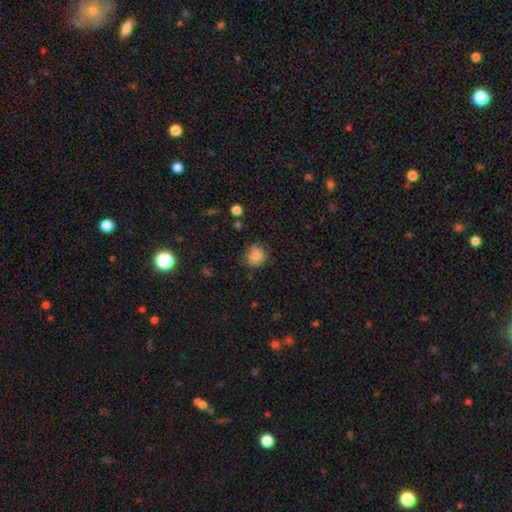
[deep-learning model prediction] Smooth or featured? Predicted: smooth (p=0.85). How rounded? Predicted: round (p=0.78). Merging? Predicted: none (p=0.77).